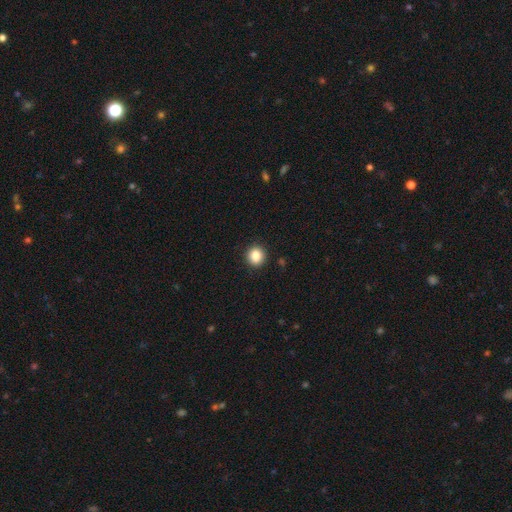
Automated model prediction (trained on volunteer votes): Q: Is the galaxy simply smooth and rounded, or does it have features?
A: smooth — 86%.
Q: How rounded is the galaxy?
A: round — 88%.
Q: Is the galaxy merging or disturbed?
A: none — 92%.